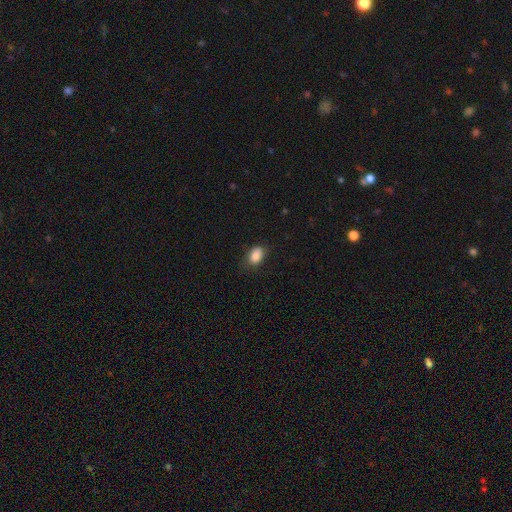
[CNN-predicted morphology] Q: Smooth or featured?
A: smooth (86%); runner-up: star or artifact (9%)
Q: How rounded?
A: in between (83%); runner-up: round (15%)
Q: Merging?
A: none (72%); runner-up: minor disturbance (22%)